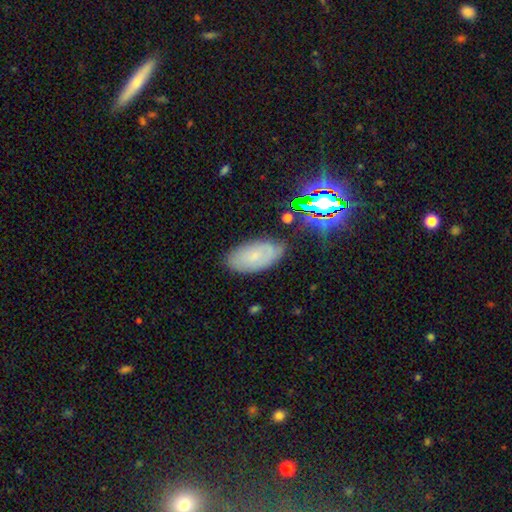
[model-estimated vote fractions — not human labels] Smooth or featured? smooth (56%)
How rounded? in between (94%)
Merging? none (78%)